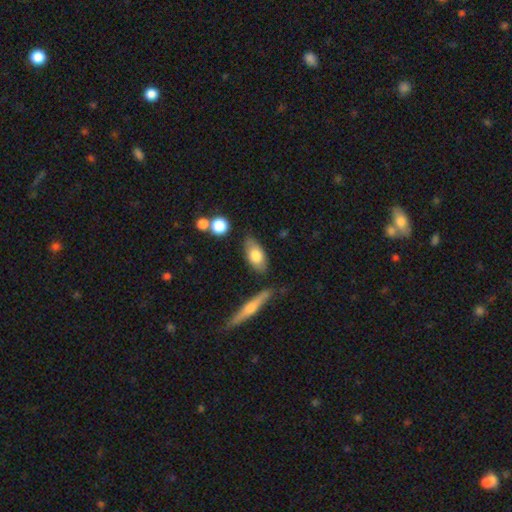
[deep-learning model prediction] Smooth or featured: smooth — 71% (featured or disk — 23%)
How rounded: in between — 85% (cigar-shaped — 12%)
Merging: none — 75% (minor disturbance — 15%)